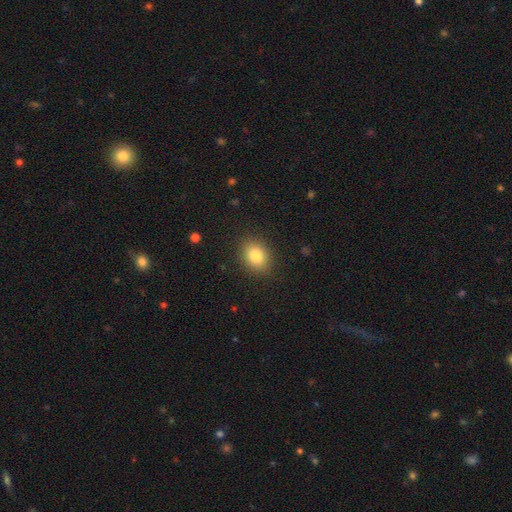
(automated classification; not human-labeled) Q: Smooth or featured?
A: smooth (83%); runner-up: star or artifact (10%)
Q: How rounded?
A: in between (59%); runner-up: round (40%)
Q: Merging?
A: none (87%); runner-up: minor disturbance (9%)